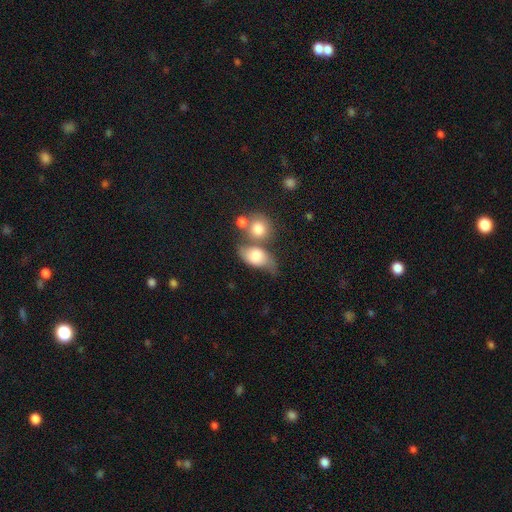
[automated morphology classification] This appears to be a smooth galaxy with no disk features (69%) that is in between round and cigar-shaped (80%). Merging: merger (33%, tied with none).